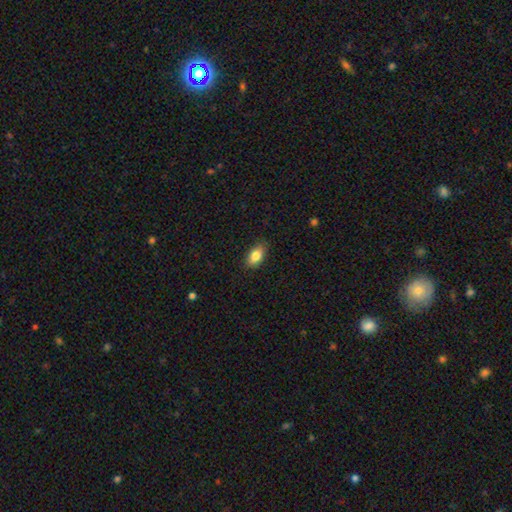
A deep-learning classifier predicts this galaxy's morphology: type=smooth (83%); roundness=in between (90%); merging=none (85%).